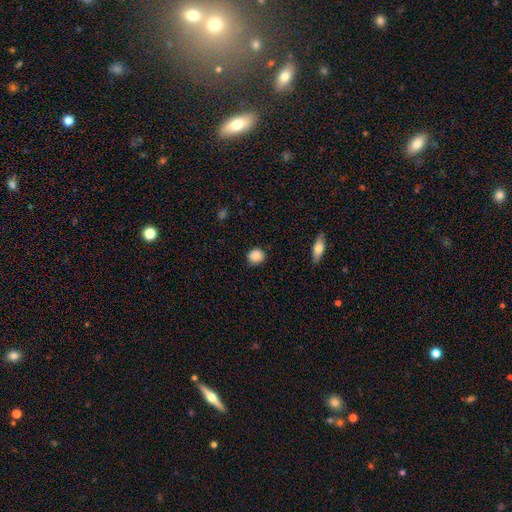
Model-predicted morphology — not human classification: smooth_or_featured: smooth (p=0.88) [alt: star or artifact p=0.09]
how_rounded: round (p=0.82) [alt: in between p=0.17]
merging: none (p=0.85) [alt: minor disturbance p=0.11]